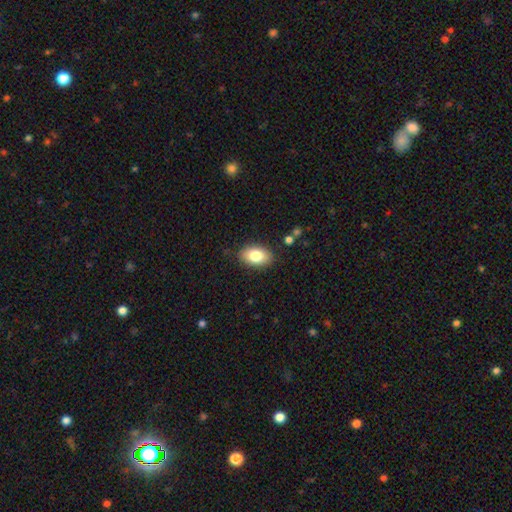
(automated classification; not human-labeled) A smooth galaxy with no disk features (79%) that is in between round and cigar-shaped (89%).

Vote fractions:
- Smooth or featured? smooth: 79% / featured or disk: 13% / star or artifact: 8%
- How rounded? in between: 89% / round: 9% / cigar-shaped: 2%
- Merging? none: 86% / minor disturbance: 10% / major disturbance: 2% / merger: 1%